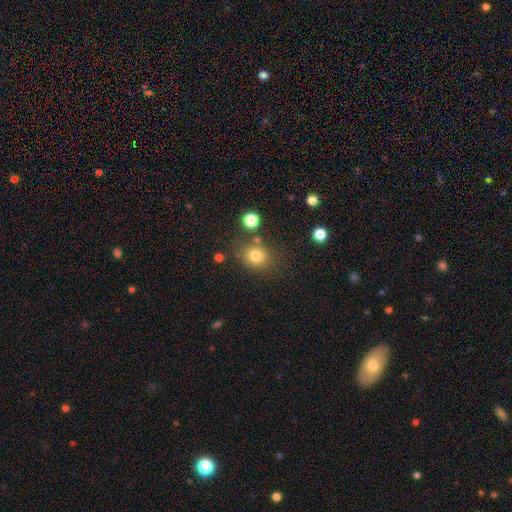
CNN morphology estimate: This is likely a smooth galaxy (79%). How rounded: likely round (77%). Merging: likely none (76%).